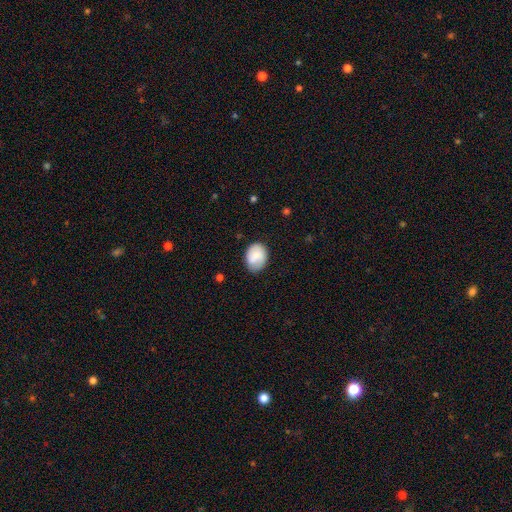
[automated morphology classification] The model was most divided on "how rounded": in between: 61%, round: 39%, cigar-shaped: 1%. More confident: merging — none (73%); smooth or featured — smooth (69%).